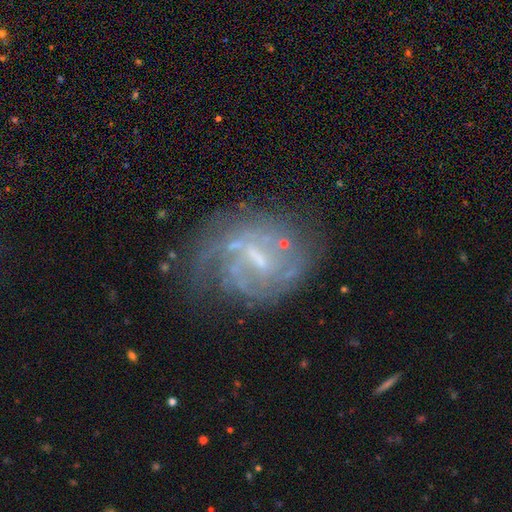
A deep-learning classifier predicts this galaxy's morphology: type=featured or disk (77%); edge-on=no (97%); bar=weak (54%); spiral arms=yes (76%); winding=tight (38%); arm count=can't tell (42%); bulge=small (45%); merging=none (51%).